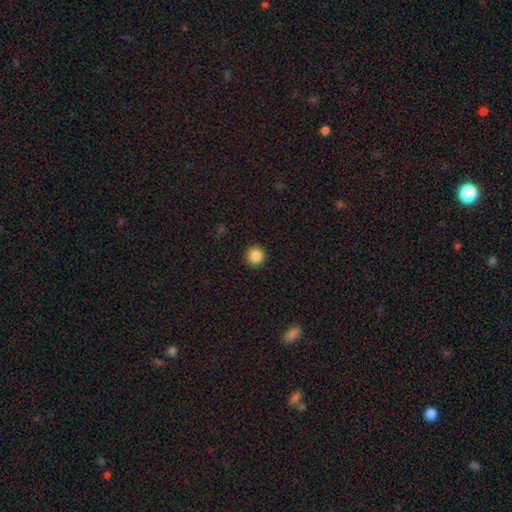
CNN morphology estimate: type=smooth (86%); roundness=round (95%); merging=none (93%).